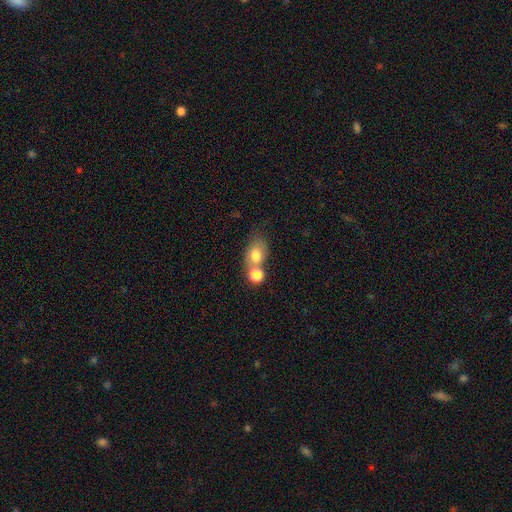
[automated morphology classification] The model was most divided on "merging": merger: 50%, none: 33%, minor disturbance: 11%, major disturbance: 6%. More confident: smooth or featured — smooth (74%); how rounded — in between (65%).